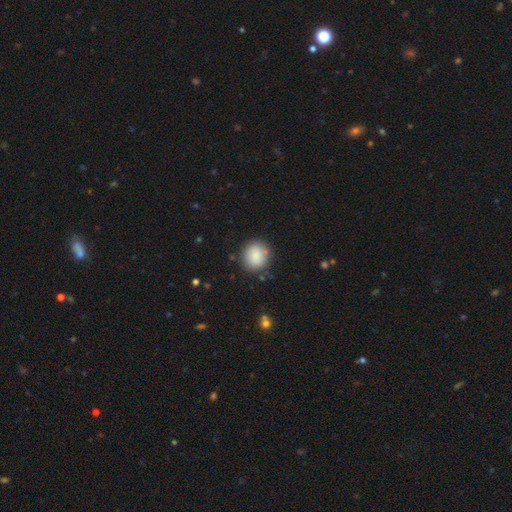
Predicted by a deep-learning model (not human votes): Q: Smooth or featured?
A: smooth (87%); runner-up: star or artifact (8%)
Q: How rounded?
A: round (83%); runner-up: in between (16%)
Q: Merging?
A: none (83%); runner-up: minor disturbance (11%)